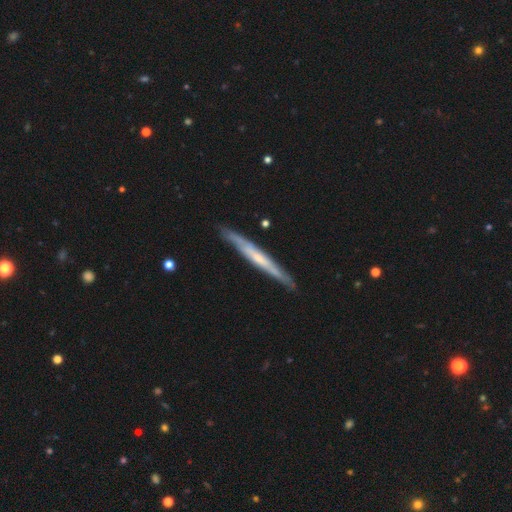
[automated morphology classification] Q: Smooth or featured?
A: featured or disk (65%); runner-up: smooth (29%)
Q: Edge-on disk?
A: yes (91%); runner-up: no (9%)
Q: Edge-on bulge?
A: none (60%); runner-up: rounded (32%)
Q: Merging?
A: none (84%); runner-up: minor disturbance (12%)